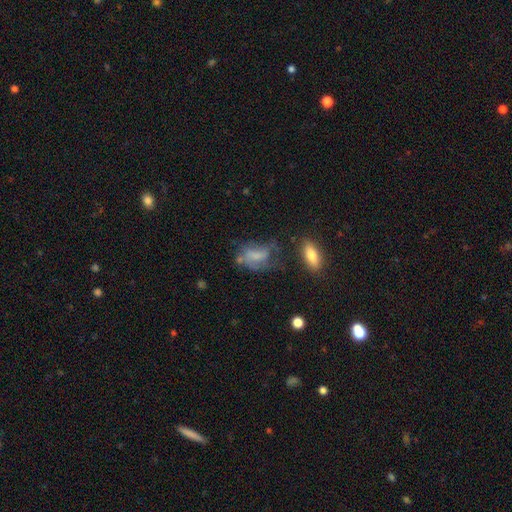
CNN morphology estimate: smooth_or_featured: smooth (p=0.48) [alt: featured or disk p=0.41]
merging: none (p=0.34) [alt: major disturbance p=0.30]